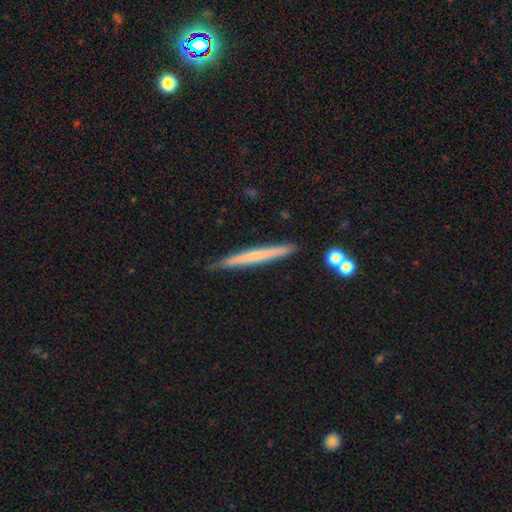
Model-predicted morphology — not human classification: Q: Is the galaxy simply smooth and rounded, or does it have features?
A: featured or disk — 47%.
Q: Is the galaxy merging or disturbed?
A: none — 87%.